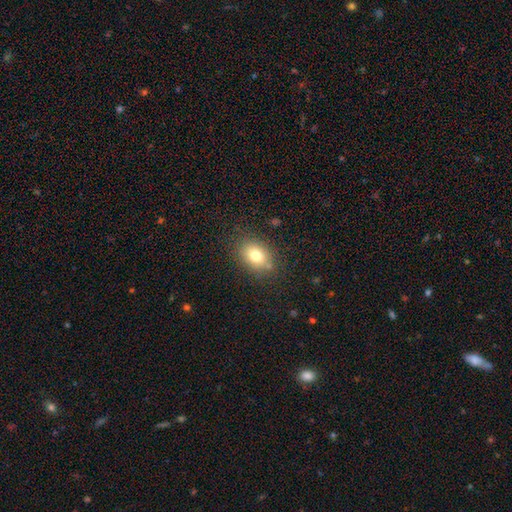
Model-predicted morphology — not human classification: Smooth or featured?
  - smooth: 77% *
  - featured or disk: 12%
  - star or artifact: 11%
How rounded?
  - in between: 67% *
  - round: 31%
  - cigar-shaped: 1%
Merging?
  - none: 81% *
  - minor disturbance: 13%
  - major disturbance: 4%
  - merger: 2%